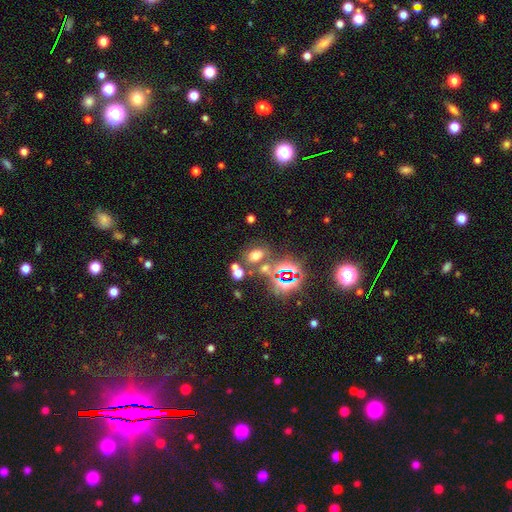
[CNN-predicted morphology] smooth 54%, star or artifact 34%, featured or disk 12%. Down the decision tree: how rounded — in between (68%); merging — none (62%).